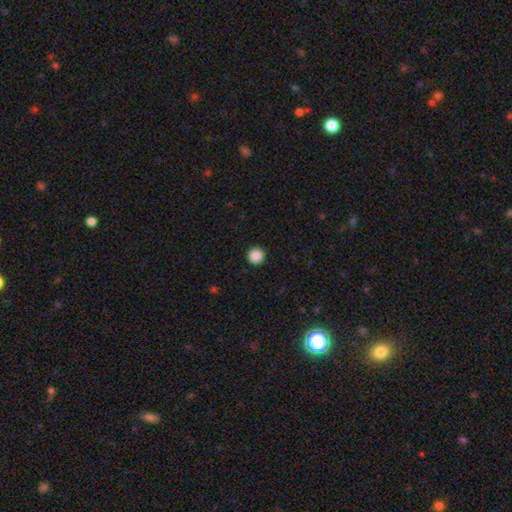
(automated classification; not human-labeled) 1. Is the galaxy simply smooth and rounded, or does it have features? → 89% smooth, 9% star or artifact, 2% featured or disk.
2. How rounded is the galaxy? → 96% round, 3% in between, 1% cigar-shaped.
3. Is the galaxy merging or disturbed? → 93% none, 5% minor disturbance, 2% major disturbance, 1% merger.